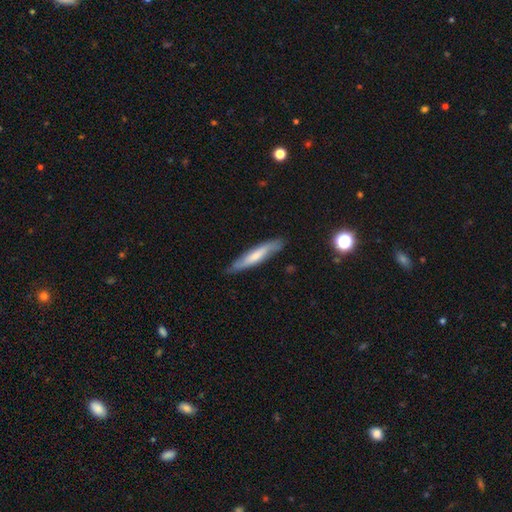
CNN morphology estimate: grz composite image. It shows a smooth galaxy with no disk features (54%) that is cigar-shaped (86%). Merging: none (83%).